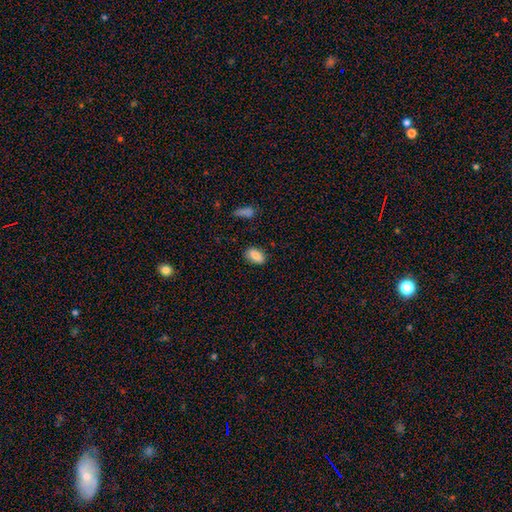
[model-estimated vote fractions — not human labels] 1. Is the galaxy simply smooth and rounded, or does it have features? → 86% smooth, 8% star or artifact, 6% featured or disk.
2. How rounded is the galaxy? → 90% in between, 6% round, 4% cigar-shaped.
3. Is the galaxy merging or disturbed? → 84% none, 12% minor disturbance, 3% major disturbance, 2% merger.